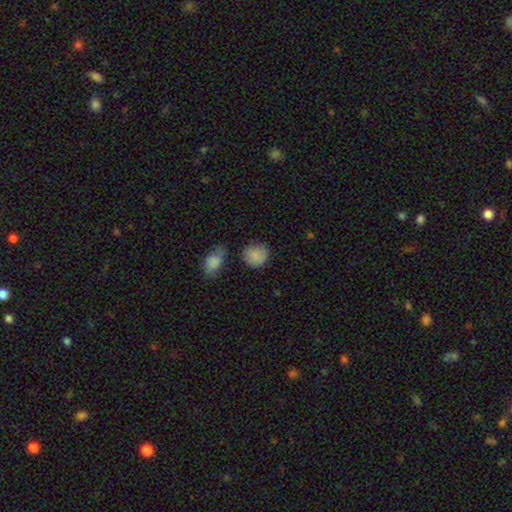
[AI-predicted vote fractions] A smooth galaxy with no disk features (85%) that is round (79%).

Vote fractions:
- Smooth or featured? smooth: 85% / star or artifact: 8% / featured or disk: 6%
- How rounded? round: 79% / in between: 20% / cigar-shaped: 1%
- Merging? none: 69% / minor disturbance: 19% / merger: 7% / major disturbance: 5%